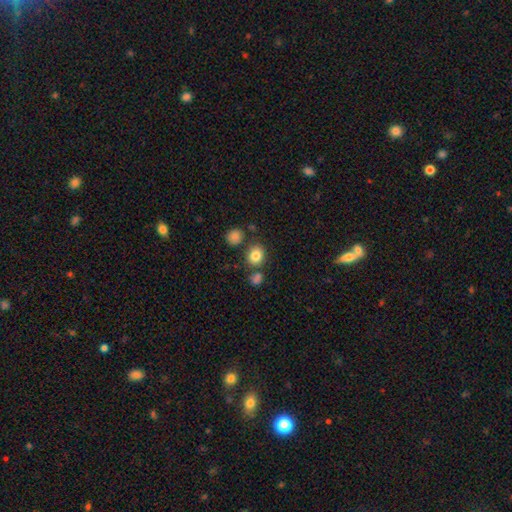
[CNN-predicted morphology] Q: Smooth or featured?
A: smooth (83%); runner-up: star or artifact (11%)
Q: How rounded?
A: round (63%); runner-up: in between (36%)
Q: Merging?
A: none (74%); runner-up: merger (12%)